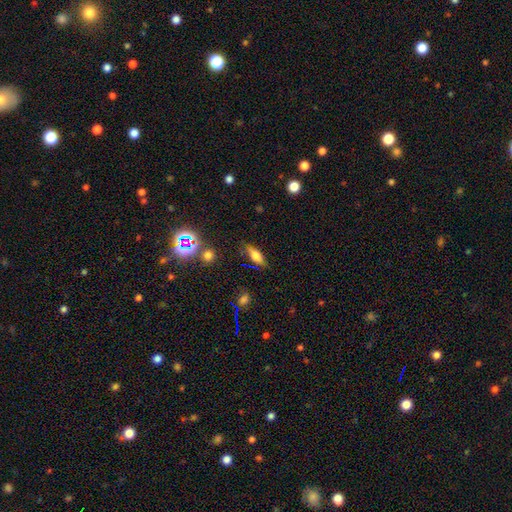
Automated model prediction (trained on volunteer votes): This appears to be a smooth galaxy with no disk features (67%) that is in between round and cigar-shaped (70%). Merging: none (76%).